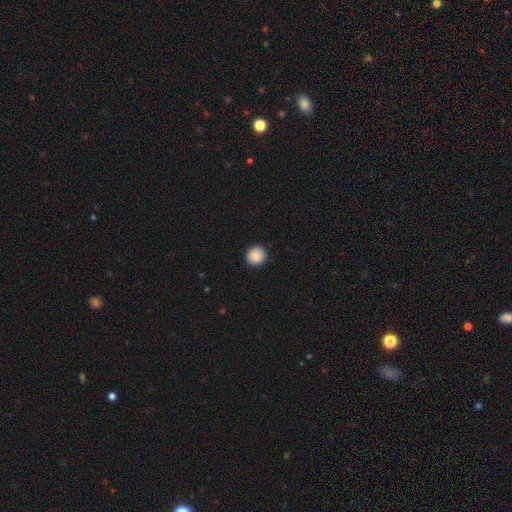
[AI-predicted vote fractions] Smooth or featured?
  - smooth: 88% *
  - star or artifact: 8%
  - featured or disk: 4%
How rounded?
  - round: 93% *
  - in between: 6%
  - cigar-shaped: 1%
Merging?
  - none: 92% *
  - minor disturbance: 5%
  - major disturbance: 2%
  - merger: 1%